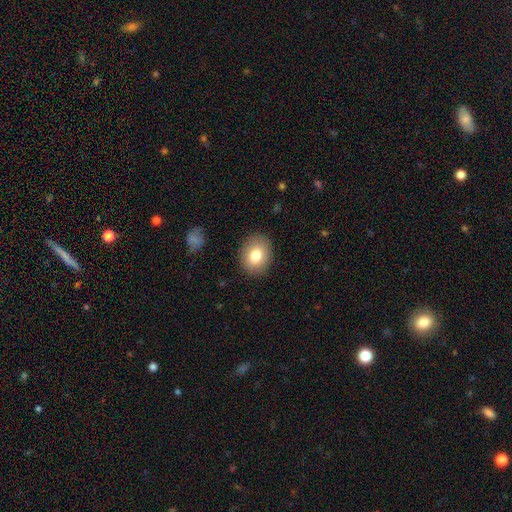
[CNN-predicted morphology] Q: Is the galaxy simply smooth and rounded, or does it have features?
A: smooth — 81%.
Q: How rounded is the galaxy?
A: in between — 55%.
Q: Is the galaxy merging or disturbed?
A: none — 88%.